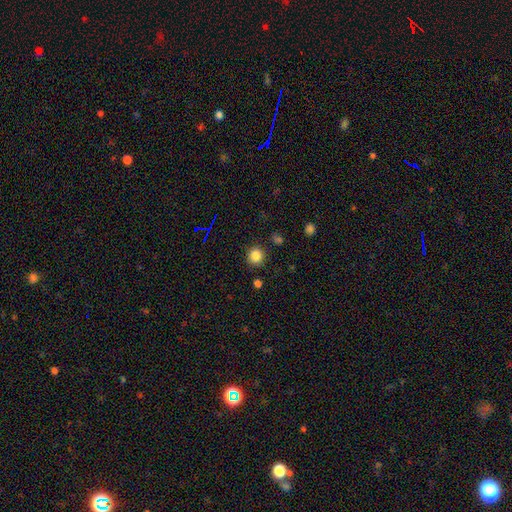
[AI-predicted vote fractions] Smooth or featured?
  - smooth: 84% *
  - star or artifact: 12%
  - featured or disk: 4%
How rounded?
  - round: 91% *
  - in between: 8%
  - cigar-shaped: 1%
Merging?
  - none: 88% *
  - minor disturbance: 7%
  - major disturbance: 3%
  - merger: 3%